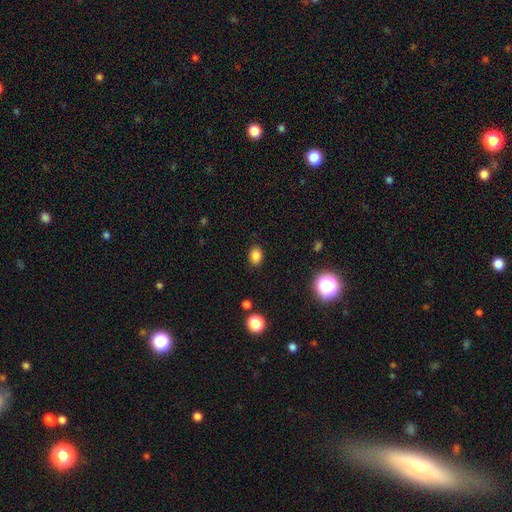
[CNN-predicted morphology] type=smooth (83%); roundness=in between (72%); merging=none (88%).